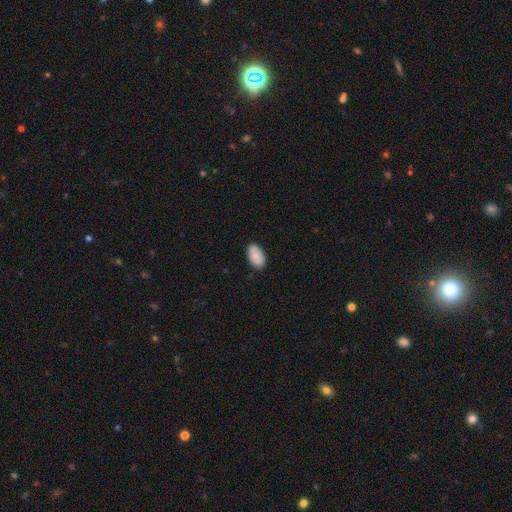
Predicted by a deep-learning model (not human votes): Smooth or featured: smooth — 90% (star or artifact — 6%)
How rounded: in between — 95% (round — 4%)
Merging: none — 88% (minor disturbance — 10%)